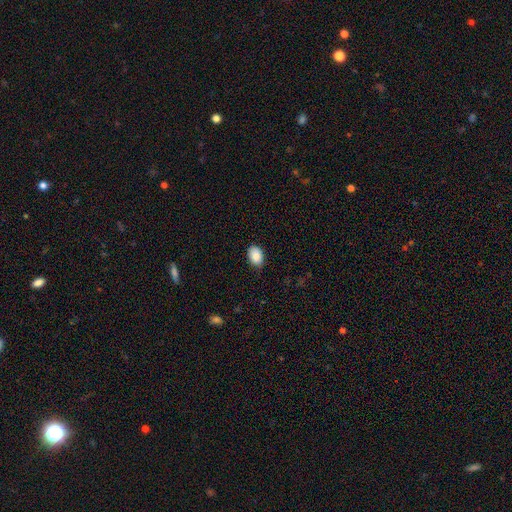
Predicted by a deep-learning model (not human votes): Overall: smooth (89%). How rounded: in between (85%). Merging: none (83%).